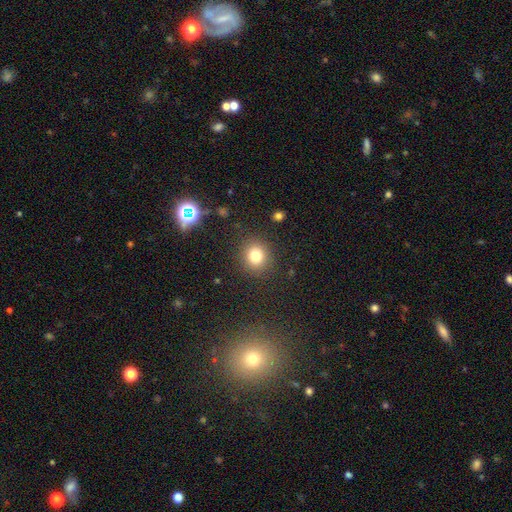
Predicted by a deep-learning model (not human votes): Smooth or featured: smooth — 79% (star or artifact — 14%)
How rounded: round — 84% (in between — 15%)
Merging: none — 88% (minor disturbance — 7%)